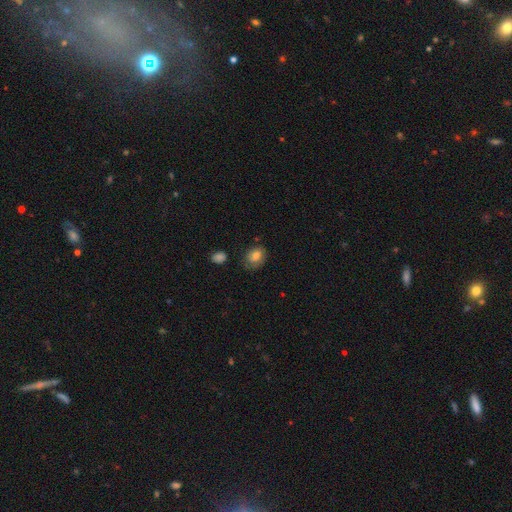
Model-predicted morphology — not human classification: Smooth or featured? smooth (78%)
How rounded? in between (61%)
Merging? none (67%)